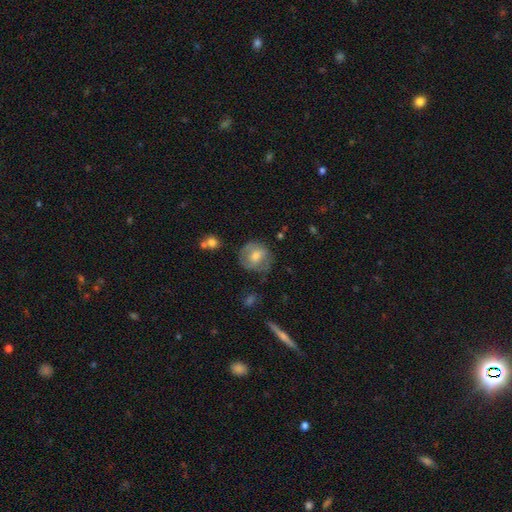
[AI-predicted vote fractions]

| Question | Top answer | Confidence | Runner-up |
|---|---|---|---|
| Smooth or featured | smooth | 56% | featured or disk (36%) |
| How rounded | round | 82% | in between (17%) |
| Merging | none | 68% | minor disturbance (22%) |